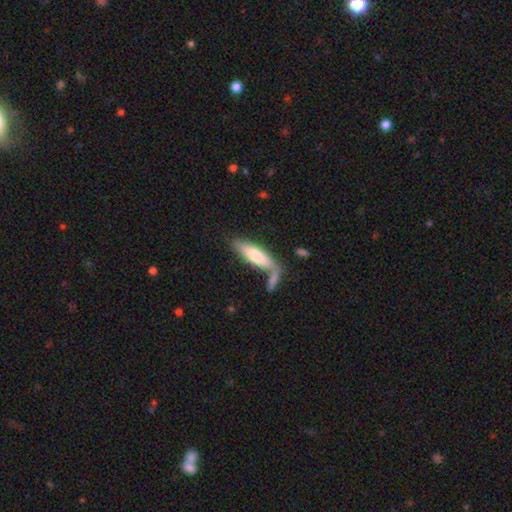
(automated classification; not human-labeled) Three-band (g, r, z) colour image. It shows a smooth galaxy with no disk features (68%) that is cigar-shaped (56%). Merging: none (49%).